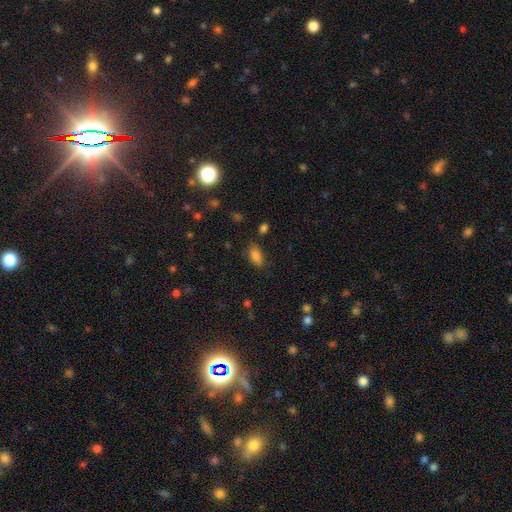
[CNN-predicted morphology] Overall: smooth (84%). How rounded: in between (90%). Merging: none (78%).